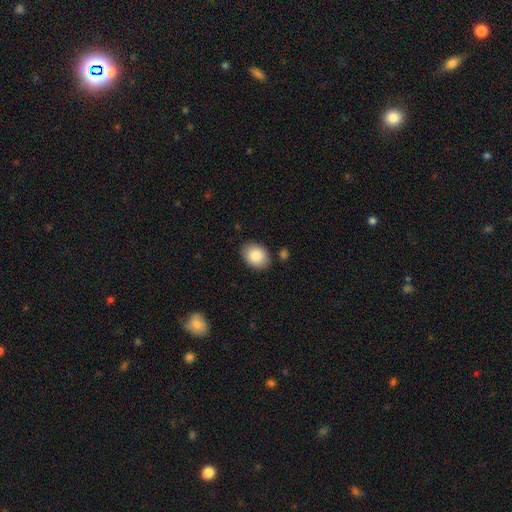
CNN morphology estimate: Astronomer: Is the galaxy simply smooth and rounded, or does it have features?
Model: smooth — 87%.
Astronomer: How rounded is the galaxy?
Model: in between — 71%.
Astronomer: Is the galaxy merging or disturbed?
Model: none — 84%.